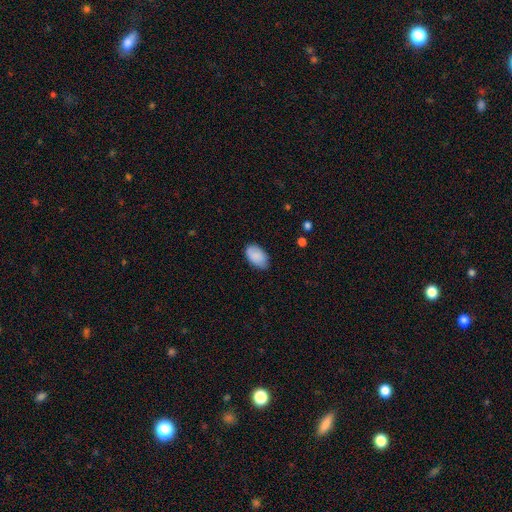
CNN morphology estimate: Smooth or featured: smooth — 87% (star or artifact — 7%)
How rounded: in between — 93% (round — 6%)
Merging: none — 75% (minor disturbance — 21%)